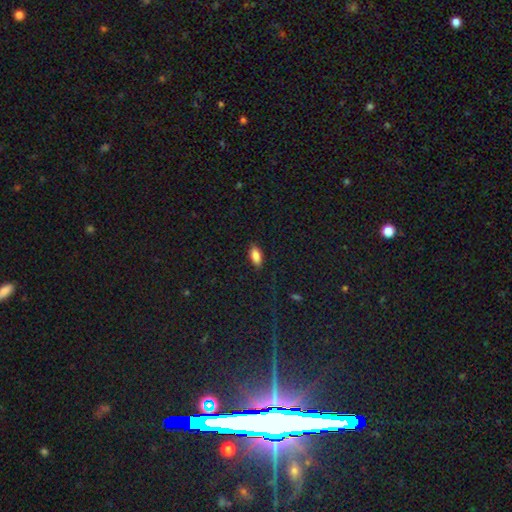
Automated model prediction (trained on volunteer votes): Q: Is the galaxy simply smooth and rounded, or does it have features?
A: smooth — 85%.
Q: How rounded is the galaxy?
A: in between — 88%.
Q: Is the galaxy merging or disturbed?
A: none — 87%.